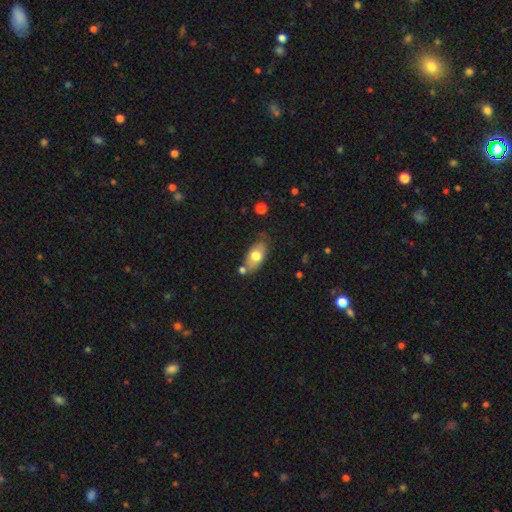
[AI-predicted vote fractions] Morphology: type=smooth (69%); roundness=in between (89%); merging=none (61%).